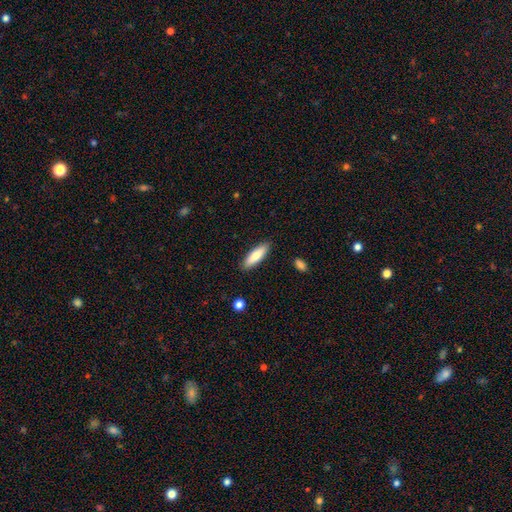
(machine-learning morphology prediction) A smooth galaxy with no disk features (78%) that is cigar-shaped (49%, tied with in between).

Vote fractions:
- Smooth or featured? smooth: 78% / featured or disk: 16% / star or artifact: 6%
- How rounded? cigar-shaped: 49% (tied) / in between: 49% (tied) / round: 2%
- Merging? none: 88% / minor disturbance: 9% / major disturbance: 2% / merger: 1%